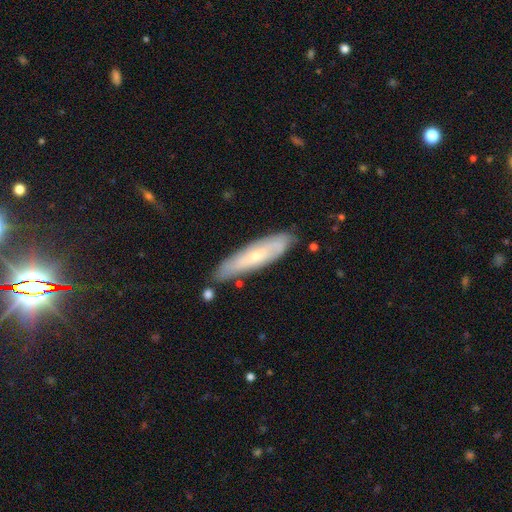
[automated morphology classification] The model was most divided on "smooth or featured": smooth: 48%, featured or disk: 46%, star or artifact: 6%. More confident: merging — none (79%).